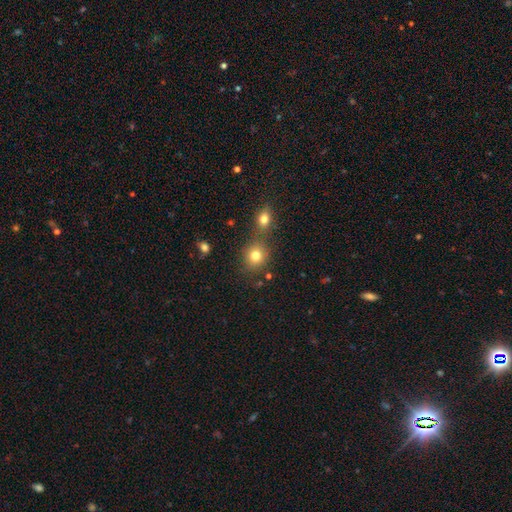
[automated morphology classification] smooth-or-featured: smooth: 79% | star or artifact: 13% | featured or disk: 8%
  how-rounded: round: 82% | in between: 17% | cigar-shaped: 1%
  merging: none: 68% | merger: 20% | minor disturbance: 9% | major disturbance: 3%